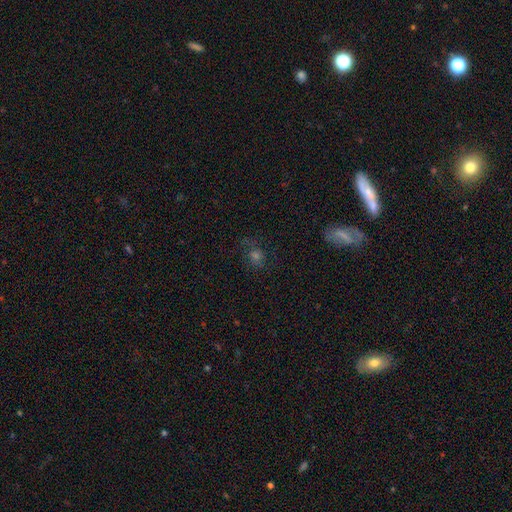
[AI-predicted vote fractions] Overall: smooth (40%; featured or disk 32%). Merging: none (68%).